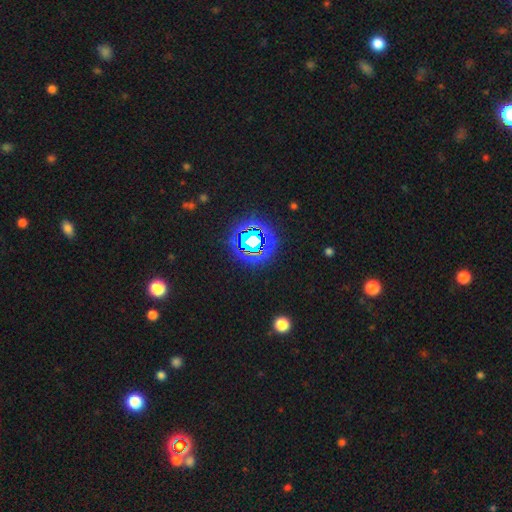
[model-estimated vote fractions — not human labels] Q: Smooth or featured?
A: star or artifact (79%); runner-up: smooth (14%)